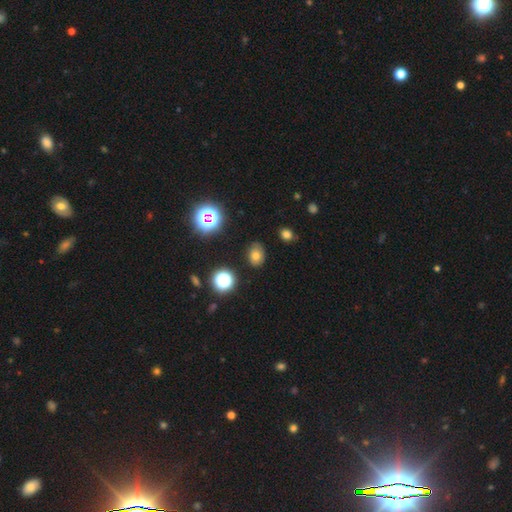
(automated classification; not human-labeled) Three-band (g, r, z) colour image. It shows a smooth galaxy with no disk features (70%) that is in between round and cigar-shaped (64%). Merging: none (83%).